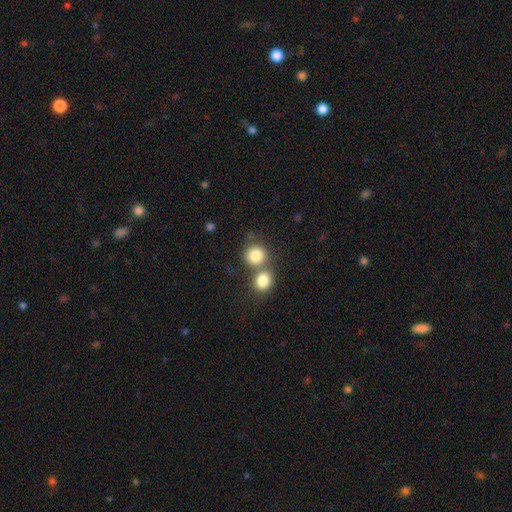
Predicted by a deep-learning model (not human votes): A smooth galaxy with no disk features (82%) that is round (85%). Merging: none (47%).